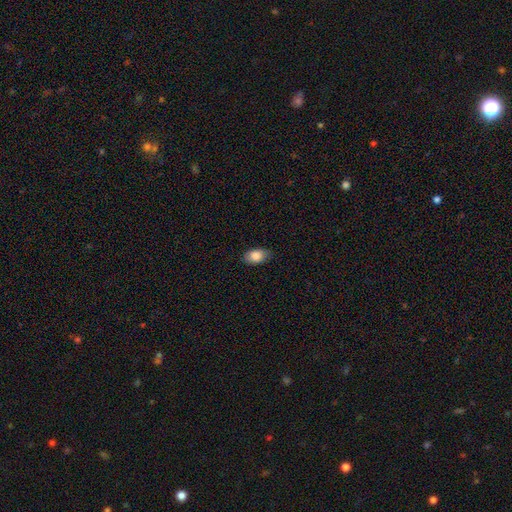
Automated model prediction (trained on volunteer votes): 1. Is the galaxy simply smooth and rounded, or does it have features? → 85% smooth, 8% featured or disk, 7% star or artifact.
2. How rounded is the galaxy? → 91% in between, 7% round, 2% cigar-shaped.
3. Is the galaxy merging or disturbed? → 83% none, 14% minor disturbance, 3% major disturbance, 1% merger.